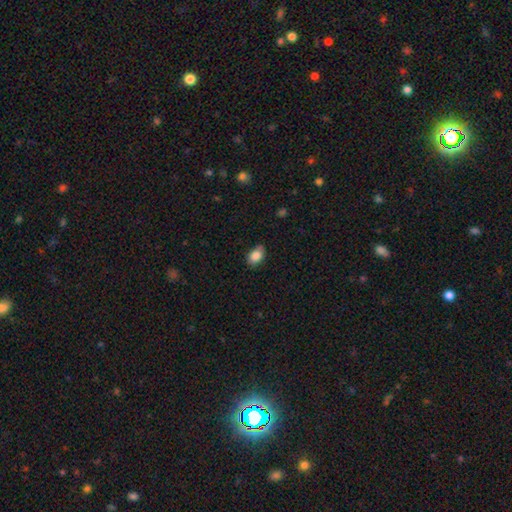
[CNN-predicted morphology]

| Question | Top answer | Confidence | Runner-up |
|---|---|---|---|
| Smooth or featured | smooth | 86% | star or artifact (8%) |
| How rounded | in between | 84% | round (14%) |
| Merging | none | 73% | minor disturbance (22%) |